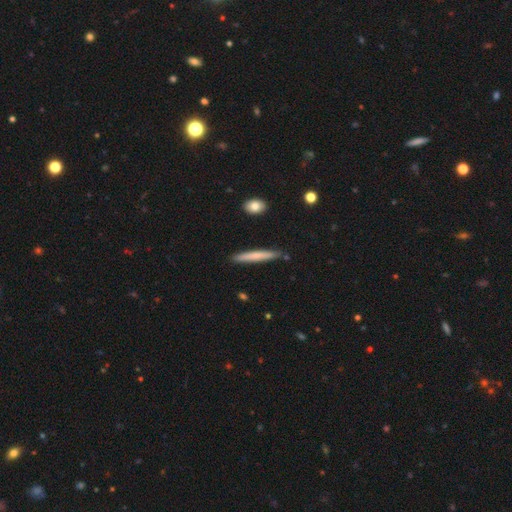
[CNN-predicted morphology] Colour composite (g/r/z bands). It shows a smooth galaxy with no disk features (66%) that is cigar-shaped (95%). Merging: none (88%).